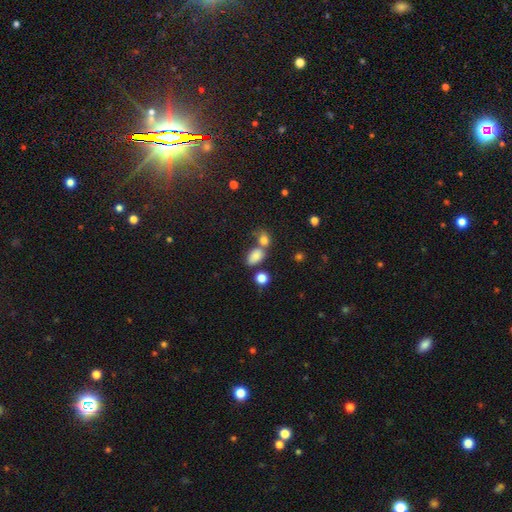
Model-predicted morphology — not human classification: This appears to be a smooth galaxy with no disk features (80%) that is in between round and cigar-shaped (81%). Merging: none (46%).